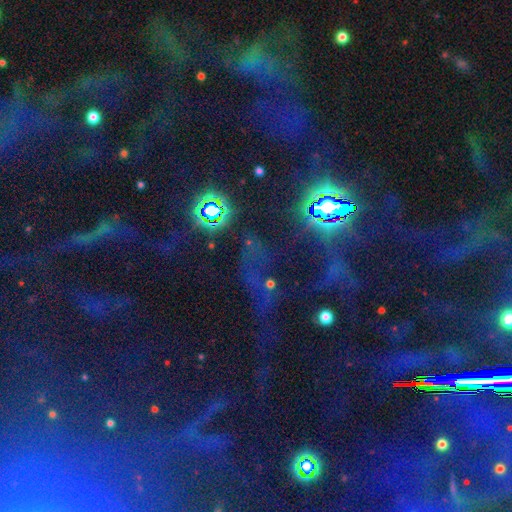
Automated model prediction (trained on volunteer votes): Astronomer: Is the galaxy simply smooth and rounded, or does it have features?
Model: star or artifact — 78%.